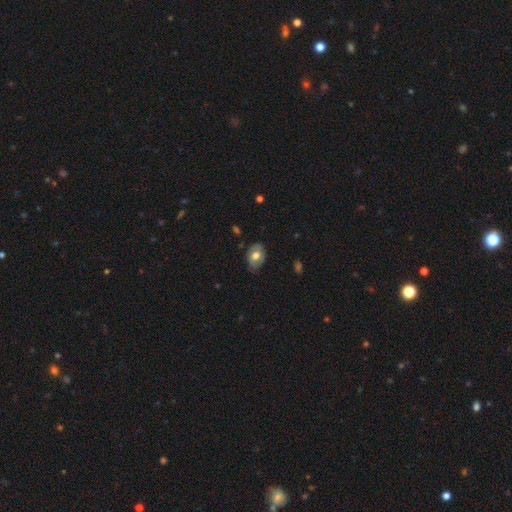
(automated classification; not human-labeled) Smooth or featured?
  - smooth: 56% *
  - featured or disk: 37%
  - star or artifact: 7%
How rounded?
  - in between: 80% *
  - round: 19%
  - cigar-shaped: 1%
Merging?
  - none: 75% *
  - minor disturbance: 20%
  - major disturbance: 4%
  - merger: 1%